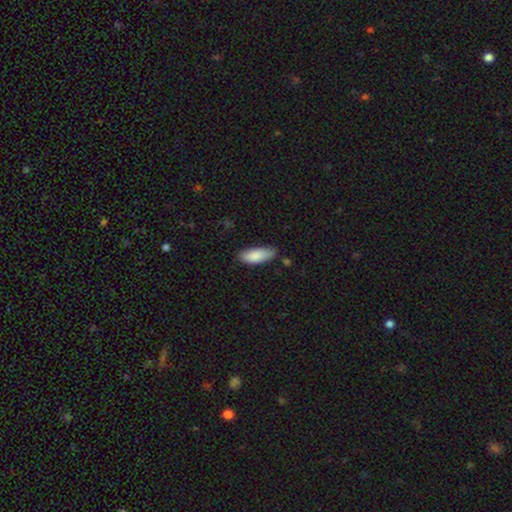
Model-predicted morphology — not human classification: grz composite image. It shows a smooth galaxy with no disk features (87%) that is in between round and cigar-shaped (75%). Merging: none (75%).